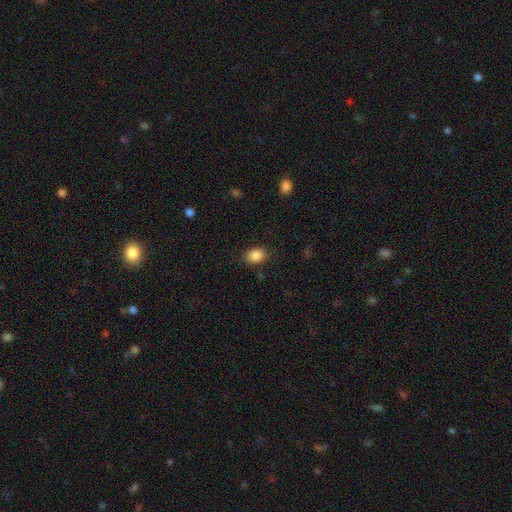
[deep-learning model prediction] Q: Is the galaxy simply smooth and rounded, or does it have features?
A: smooth — 87%.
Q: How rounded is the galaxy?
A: in between — 71%.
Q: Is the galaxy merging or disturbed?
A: none — 84%.